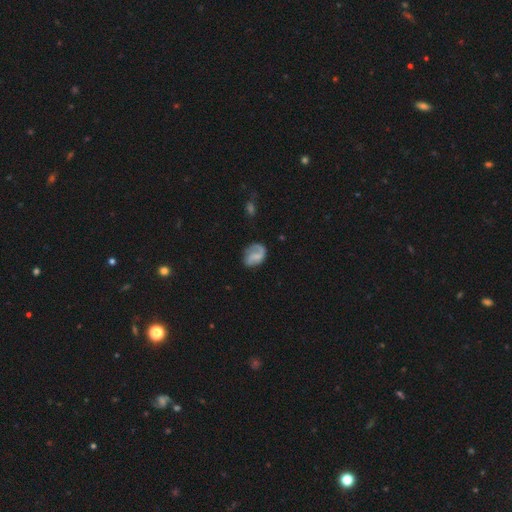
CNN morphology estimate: Overall: featured or disk (58%; smooth 34%). Edge-on disk: no (97%). Bar: no (47%; weak 40%). Spiral arms: yes (84%). Bulge size: none (52%; small 30%). Merging: none (56%; minor disturbance 25%).